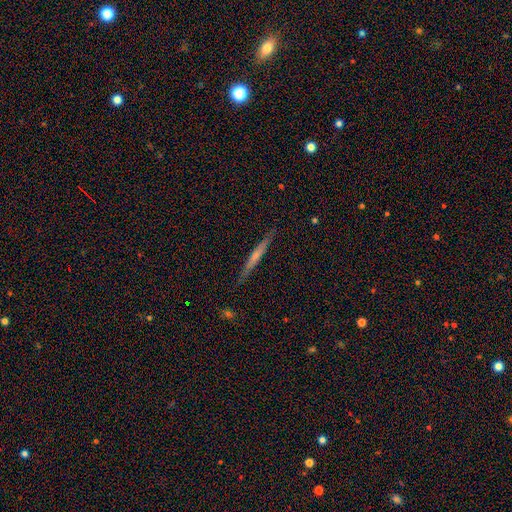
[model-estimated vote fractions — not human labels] smooth_or_featured: featured or disk (p=0.53) [alt: smooth p=0.41]
disk_edge_on: yes (p=0.96) [alt: no p=0.04]
edge_on_bulge: none (p=0.55) [alt: rounded p=0.39]
merging: none (p=0.88) [alt: minor disturbance p=0.09]